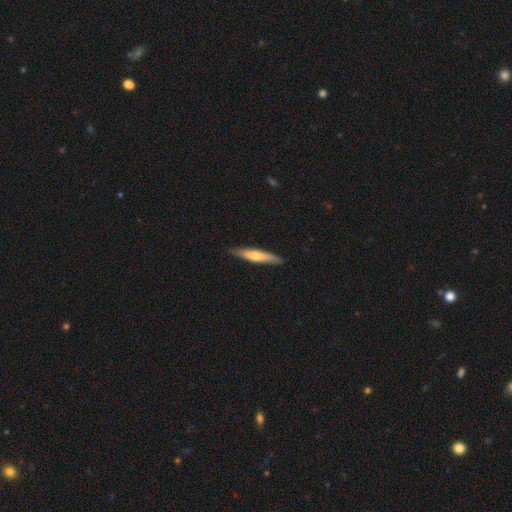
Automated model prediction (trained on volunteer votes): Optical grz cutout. It shows a smooth galaxy with no disk features (53%) that is cigar-shaped (88%). Merging: none (88%).